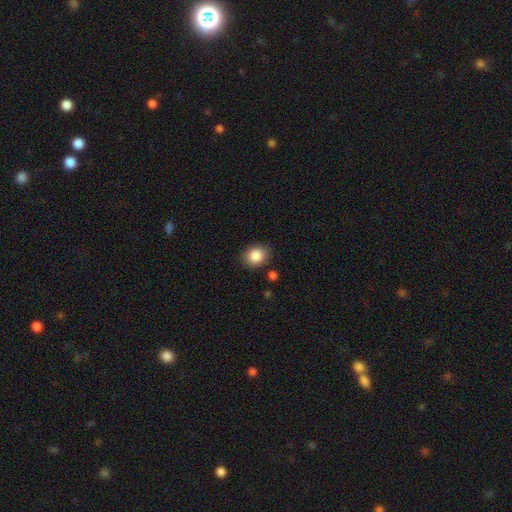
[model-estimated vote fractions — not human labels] This is clearly a smooth galaxy (86%). How rounded: possibly round (59%). Merging: clearly none (85%).